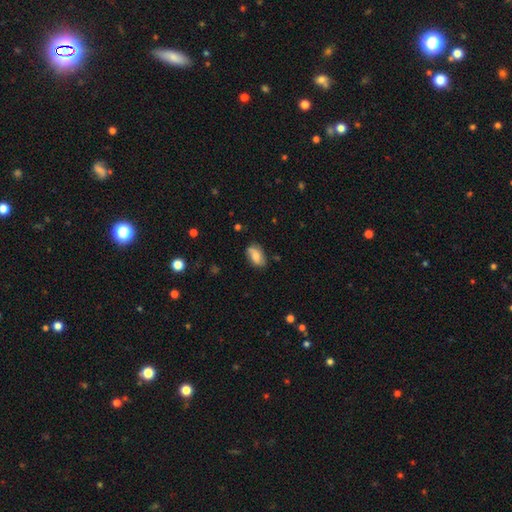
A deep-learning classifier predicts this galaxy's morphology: smooth-or-featured: smooth: 65% | featured or disk: 27% | star or artifact: 8%
  how-rounded: in between: 90% | round: 7% | cigar-shaped: 3%
  merging: none: 70% | minor disturbance: 22% | major disturbance: 5% | merger: 2%